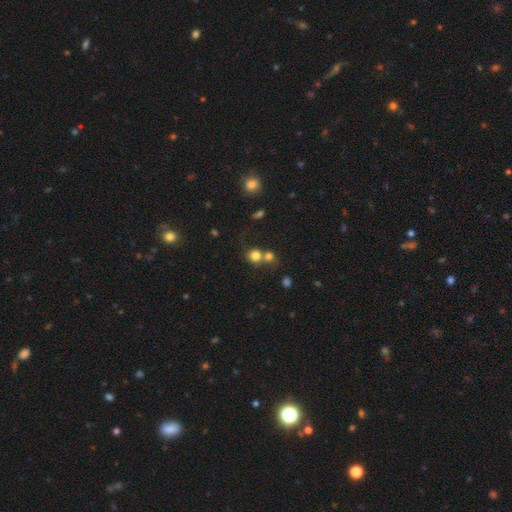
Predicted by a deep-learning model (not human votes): The model was most divided on "merging": none: 44%, merger: 42%, minor disturbance: 9%, major disturbance: 6%. More confident: how rounded — round (85%); smooth or featured — smooth (77%).